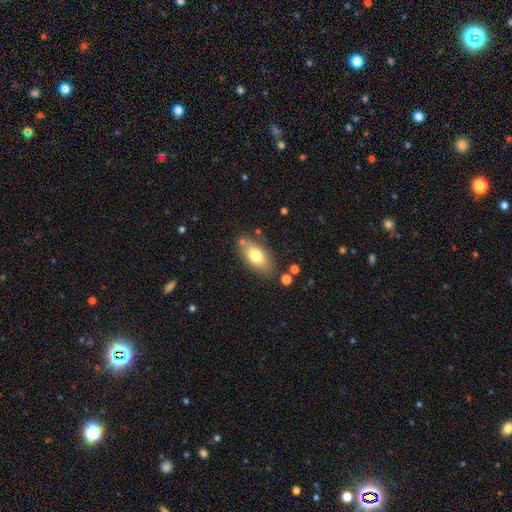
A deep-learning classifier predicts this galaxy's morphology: Smooth or featured? smooth (75%)
How rounded? in between (89%)
Merging? none (74%)